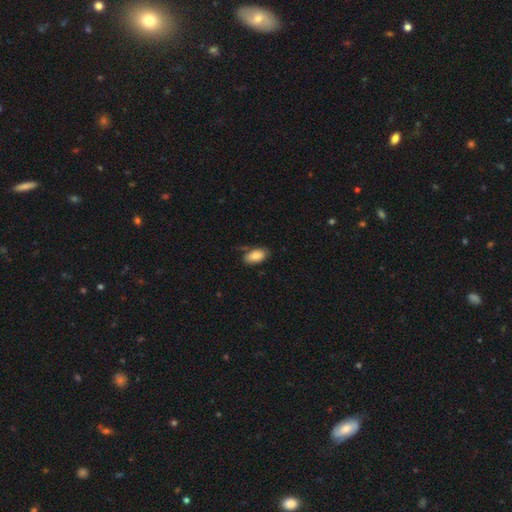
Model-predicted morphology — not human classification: Smooth or featured: smooth — 83% (featured or disk — 10%)
How rounded: in between — 94% (round — 3%)
Merging: none — 70% (minor disturbance — 22%)